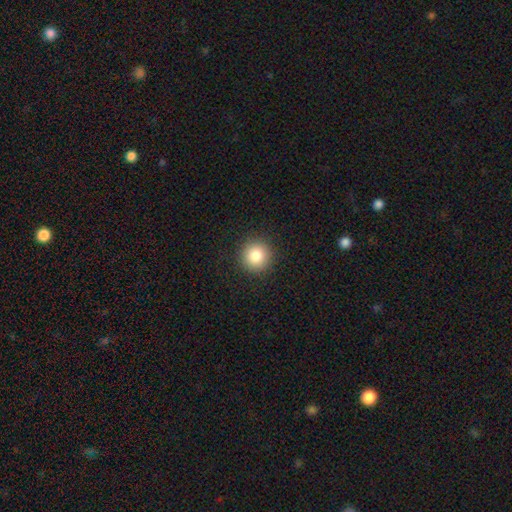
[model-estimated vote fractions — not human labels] Overall: smooth (86%). How rounded: round (95%). Merging: none (92%).